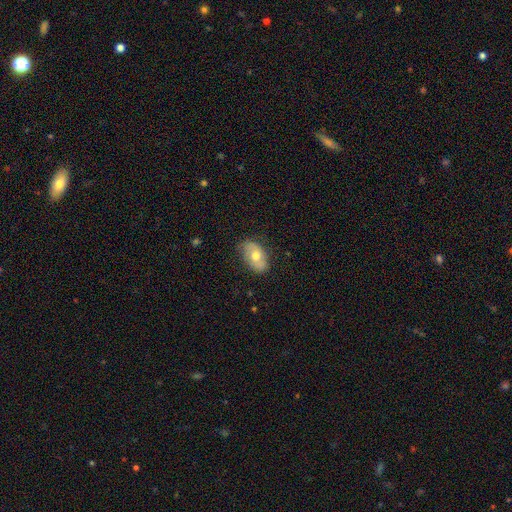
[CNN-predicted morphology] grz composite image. It shows a smooth galaxy with no disk features (54%) that is in between round and cigar-shaped (90%). Merging: none (75%).